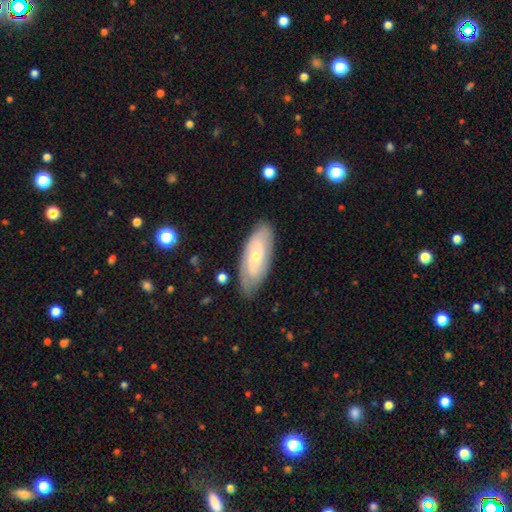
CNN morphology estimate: The model was most divided on "smooth or featured": featured or disk: 60%, smooth: 34%, star or artifact: 6%. More confident: edge-on disk — no (88%); spiral arms — yes (79%); merging — none (77%); bar — no (68%); bulge size — small (66%).